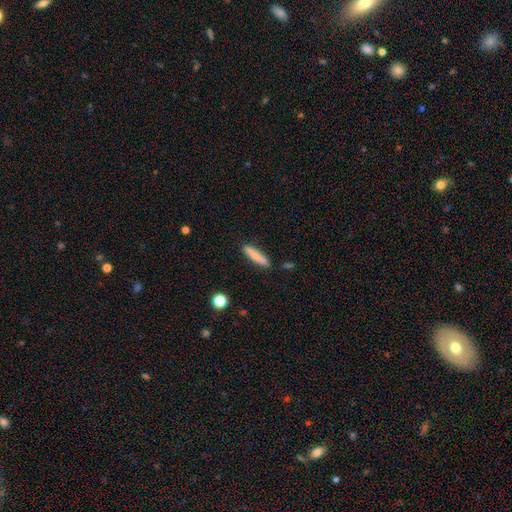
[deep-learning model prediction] A smooth galaxy with no disk features (76%) that is cigar-shaped (89%).

Vote fractions:
- Smooth or featured? smooth: 76% / featured or disk: 17% / star or artifact: 6%
- How rounded? cigar-shaped: 89% / in between: 10% / round: 2%
- Merging? none: 86% / minor disturbance: 9% / merger: 2% / major disturbance: 2%